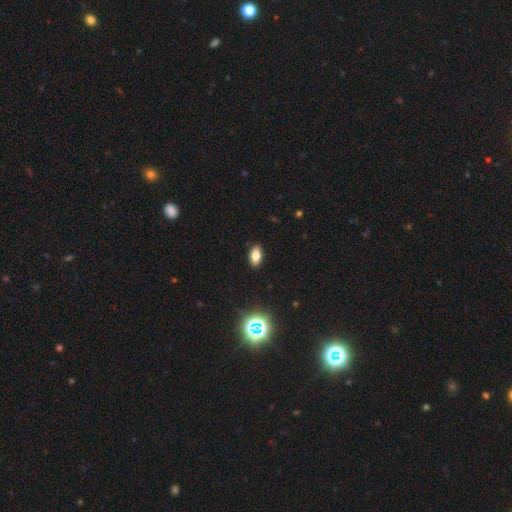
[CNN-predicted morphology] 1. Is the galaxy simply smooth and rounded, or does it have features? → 77% smooth, 13% star or artifact, 10% featured or disk.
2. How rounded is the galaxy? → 90% in between, 5% round, 4% cigar-shaped.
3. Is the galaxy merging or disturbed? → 89% none, 8% minor disturbance, 2% major disturbance, 1% merger.